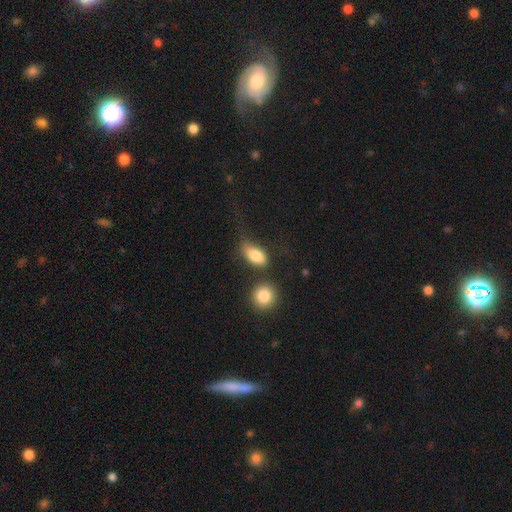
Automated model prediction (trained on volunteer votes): Smooth or featured? Predicted: smooth (p=0.81). How rounded? Predicted: in between (p=0.85). Merging? Predicted: none (p=0.47).